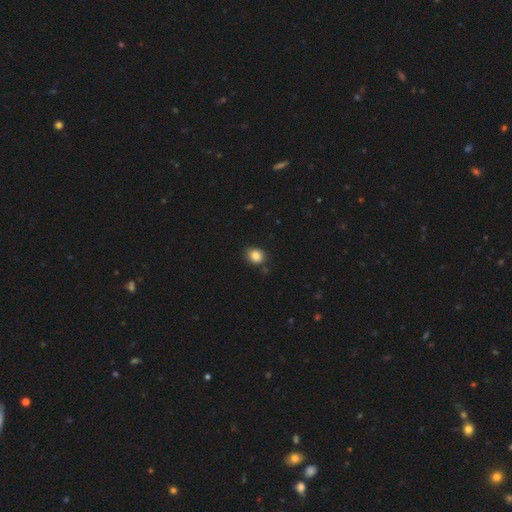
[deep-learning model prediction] Morphology: type=smooth (85%); roundness=round (62%); merging=none (81%).